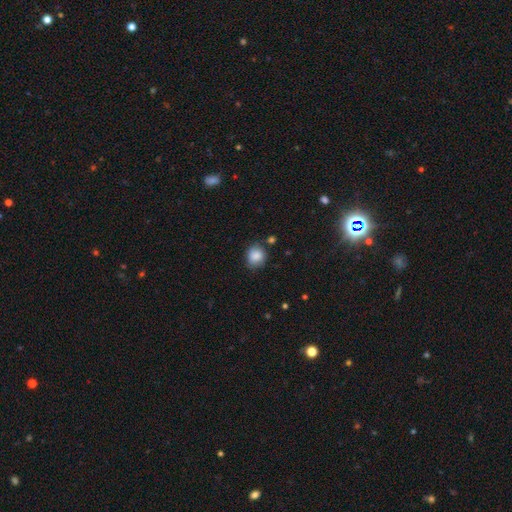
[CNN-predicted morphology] Overall: smooth (85%). How rounded: round (64%; in between 35%). Merging: none (70%).